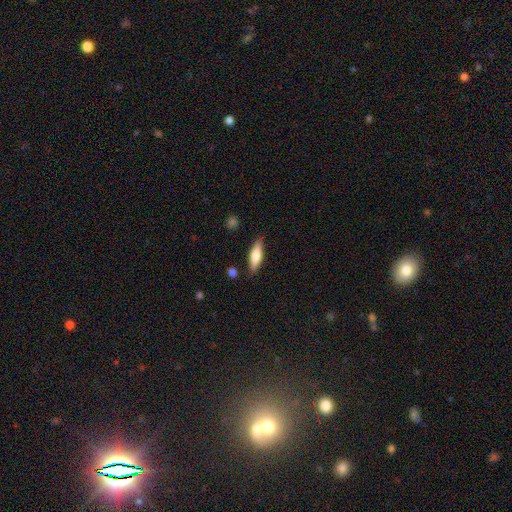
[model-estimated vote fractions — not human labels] Q: Smooth or featured?
A: smooth (70%); runner-up: featured or disk (23%)
Q: How rounded?
A: in between (51%); runner-up: cigar-shaped (47%)
Q: Merging?
A: none (83%); runner-up: minor disturbance (12%)